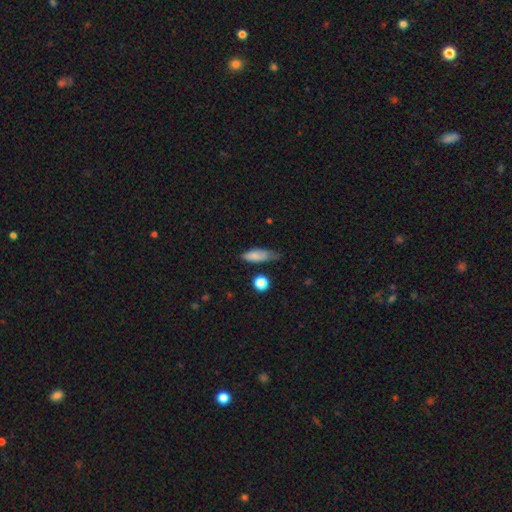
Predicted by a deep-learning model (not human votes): Q: Smooth or featured?
A: smooth (80%); runner-up: featured or disk (11%)
Q: How rounded?
A: in between (58%); runner-up: cigar-shaped (37%)
Q: Merging?
A: none (47%); runner-up: minor disturbance (38%)